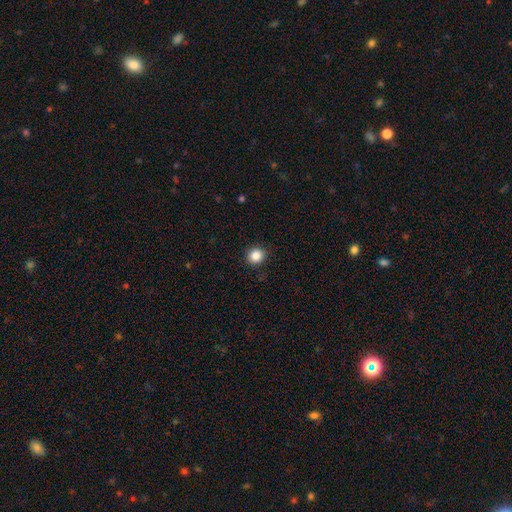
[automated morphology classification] smooth_or_featured: smooth (p=0.86) [alt: star or artifact p=0.10]
how_rounded: round (p=0.87) [alt: in between p=0.12]
merging: none (p=0.91) [alt: minor disturbance p=0.06]